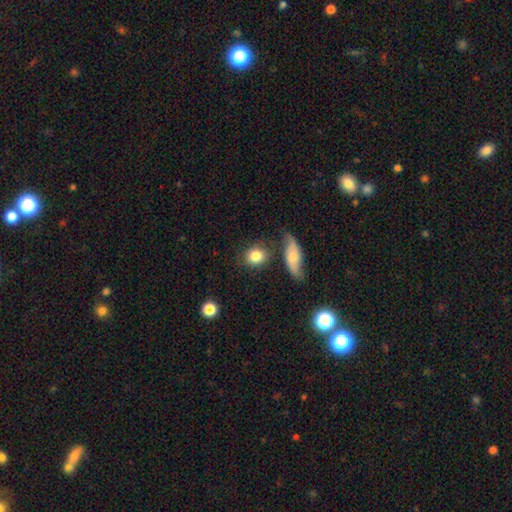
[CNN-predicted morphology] Smooth or featured?
  - smooth: 81% *
  - featured or disk: 11%
  - star or artifact: 8%
How rounded?
  - round: 62% *
  - in between: 35%
  - cigar-shaped: 3%
Merging?
  - none: 69% *
  - minor disturbance: 14%
  - merger: 12%
  - major disturbance: 5%